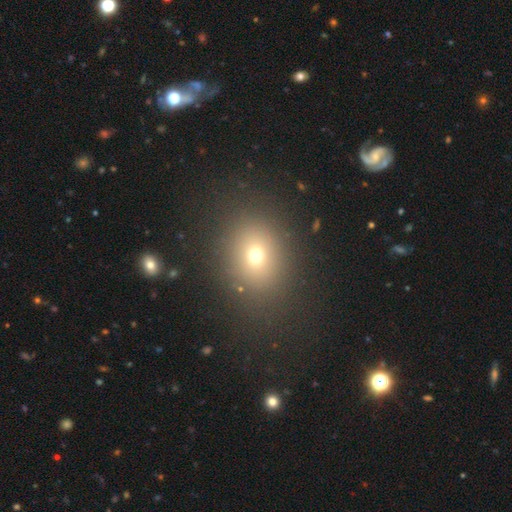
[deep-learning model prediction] smooth_or_featured: smooth (p=0.69) [alt: star or artifact p=0.20]
how_rounded: round (p=0.62) [alt: in between p=0.37]
merging: none (p=0.85) [alt: minor disturbance p=0.09]